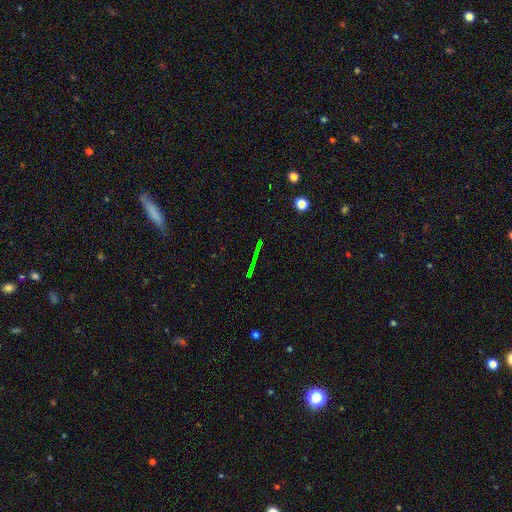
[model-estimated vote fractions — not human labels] Morphology: type=star or artifact (65%).